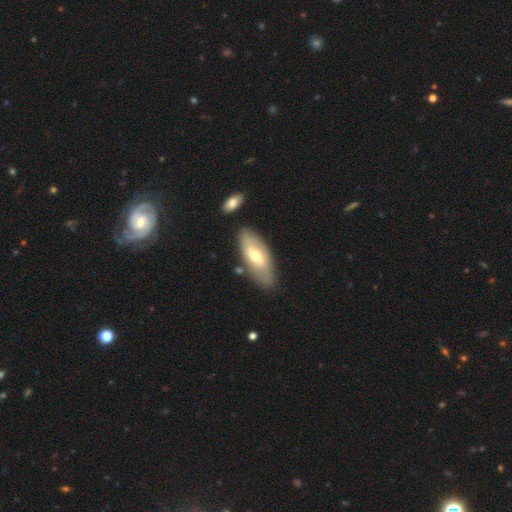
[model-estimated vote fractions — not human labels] Smooth or featured?
  - smooth: 51% *
  - featured or disk: 43%
  - star or artifact: 6%
How rounded?
  - in between: 82% *
  - cigar-shaped: 16%
  - round: 2%
Merging?
  - none: 76% *
  - minor disturbance: 15%
  - merger: 5%
  - major disturbance: 4%